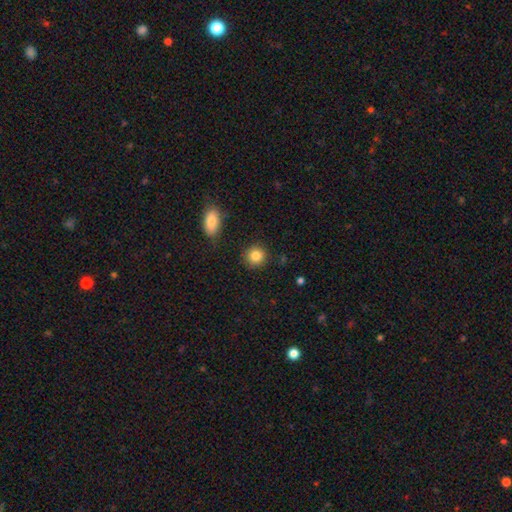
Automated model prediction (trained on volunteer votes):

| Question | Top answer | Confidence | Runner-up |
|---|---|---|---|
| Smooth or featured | smooth | 85% | star or artifact (9%) |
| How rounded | round | 90% | in between (9%) |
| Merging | none | 89% | minor disturbance (7%) |